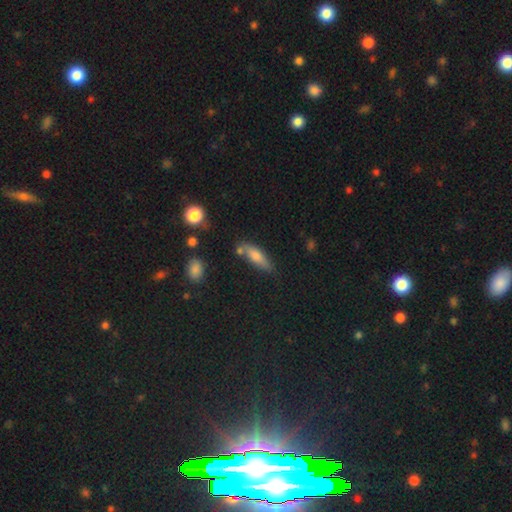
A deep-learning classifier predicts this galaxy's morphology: Smooth or featured? smooth (68%)
How rounded? cigar-shaped (51%)
Merging? none (63%)